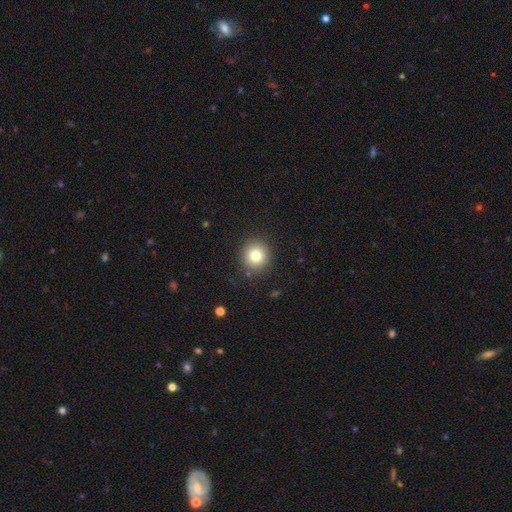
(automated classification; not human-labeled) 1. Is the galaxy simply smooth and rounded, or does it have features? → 79% smooth, 12% star or artifact, 9% featured or disk.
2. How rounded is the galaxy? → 90% round, 9% in between, 1% cigar-shaped.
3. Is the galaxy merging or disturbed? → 89% none, 7% minor disturbance, 2% major disturbance, 1% merger.